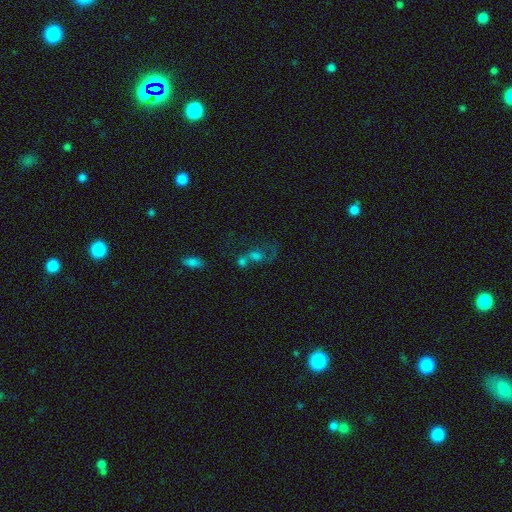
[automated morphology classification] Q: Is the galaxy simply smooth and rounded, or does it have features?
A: smooth — 45%.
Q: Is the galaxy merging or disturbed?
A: merger — 54%.